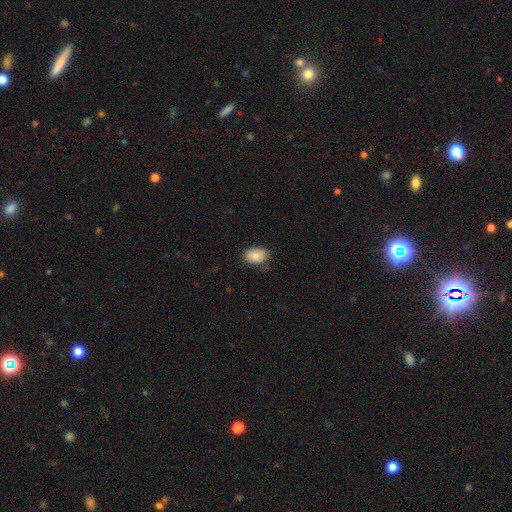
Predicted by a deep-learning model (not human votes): Smooth or featured: smooth — 86% (star or artifact — 7%)
How rounded: in between — 87% (round — 12%)
Merging: none — 72% (minor disturbance — 22%)